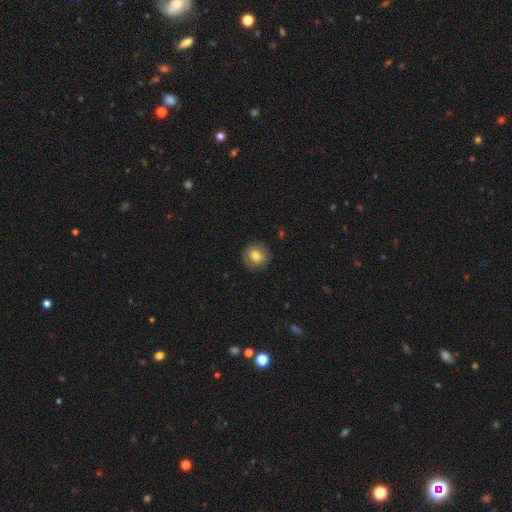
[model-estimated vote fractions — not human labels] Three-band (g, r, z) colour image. It shows a smooth galaxy with no disk features (77%) that is round (90%). Merging: none (87%).